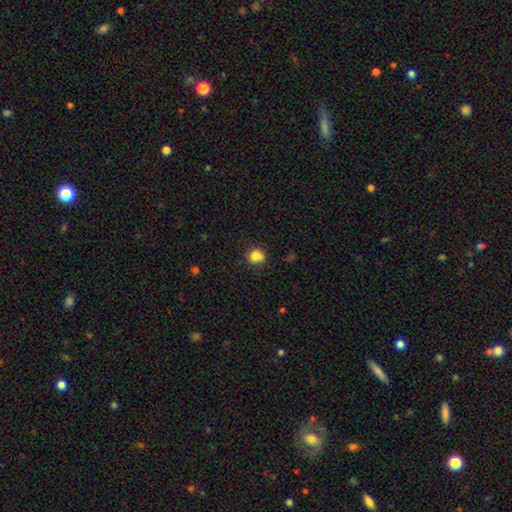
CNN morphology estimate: This is likely a smooth galaxy (79%). How rounded: likely round (74%). Merging: possibly none (54%).